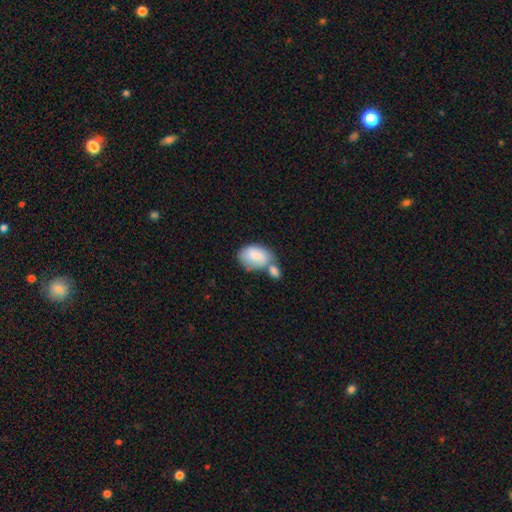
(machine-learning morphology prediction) Smooth or featured? smooth (77%)
How rounded? in between (87%)
Merging? merger (51%)